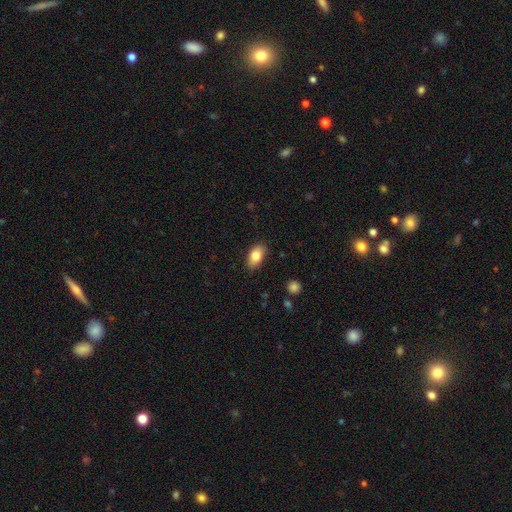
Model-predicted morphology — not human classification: Smooth or featured?
  - smooth: 82% *
  - featured or disk: 10%
  - star or artifact: 7%
How rounded?
  - in between: 91% *
  - round: 6%
  - cigar-shaped: 3%
Merging?
  - none: 85% *
  - minor disturbance: 12%
  - major disturbance: 2%
  - merger: 1%